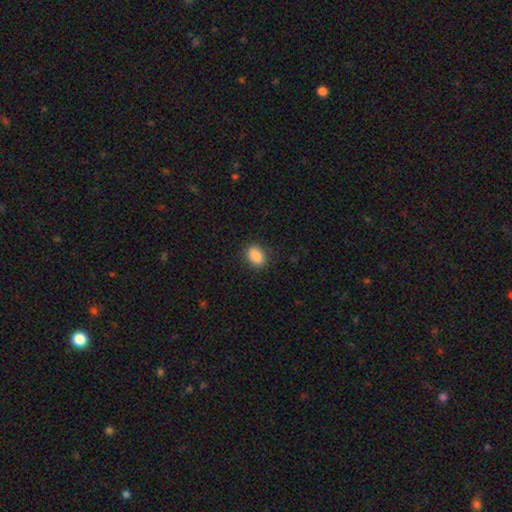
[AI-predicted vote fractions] A smooth galaxy with no disk features (89%) that is in between round and cigar-shaped (79%). Merging: none (86%).